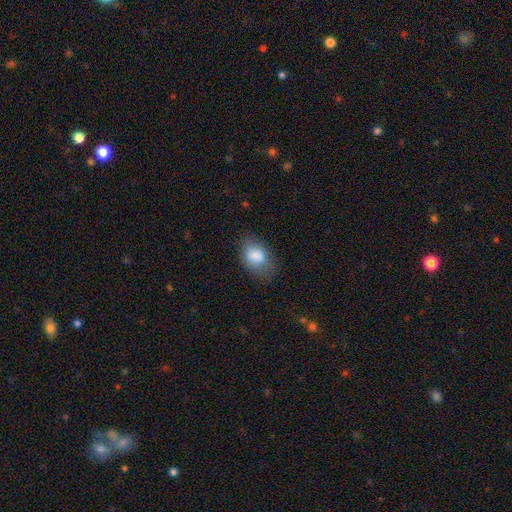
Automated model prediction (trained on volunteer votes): A smooth galaxy with no disk features (84%) that is in between round and cigar-shaped (81%).

Vote fractions:
- Smooth or featured? smooth: 84% / featured or disk: 8% / star or artifact: 8%
- How rounded? in between: 81% / round: 18% / cigar-shaped: 1%
- Merging? none: 66% / minor disturbance: 24% / major disturbance: 9% / merger: 1%